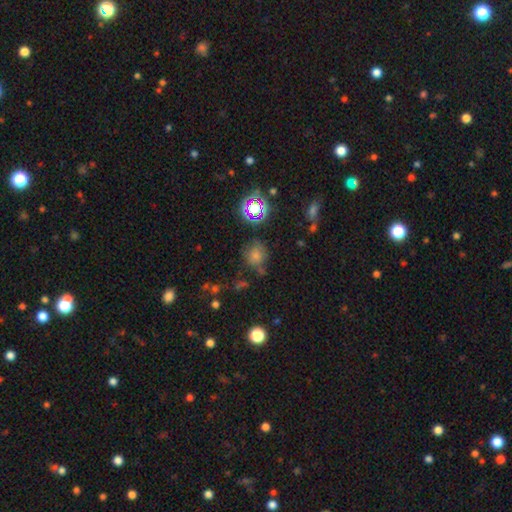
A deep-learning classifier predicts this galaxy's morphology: The model was most divided on "smooth or featured": smooth: 63%, star or artifact: 27%, featured or disk: 10%. More confident: how rounded — round (79%); merging — none (62%).